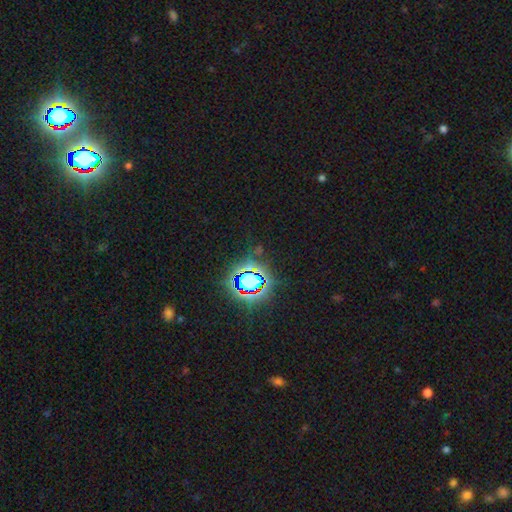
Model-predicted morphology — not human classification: This is clearly a star or artifact rather than a galaxy (81%).